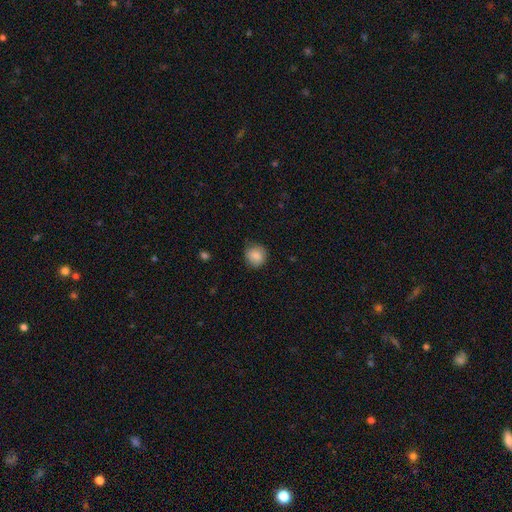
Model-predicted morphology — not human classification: Smooth or featured?
  - smooth: 87% *
  - star or artifact: 8%
  - featured or disk: 5%
How rounded?
  - round: 89% *
  - in between: 10%
  - cigar-shaped: 1%
Merging?
  - none: 82% *
  - minor disturbance: 13%
  - major disturbance: 3%
  - merger: 1%